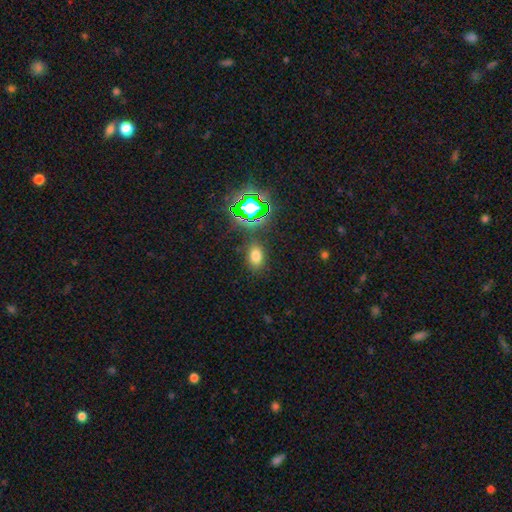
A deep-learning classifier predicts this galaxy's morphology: Overall: smooth (69%). How rounded: in between (80%). Merging: none (83%).